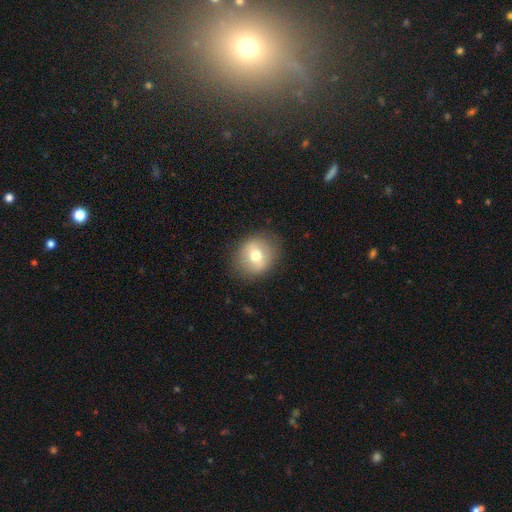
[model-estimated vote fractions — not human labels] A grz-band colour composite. It shows a smooth galaxy with no disk features (62%) that is round (74%). Merging: none (84%).